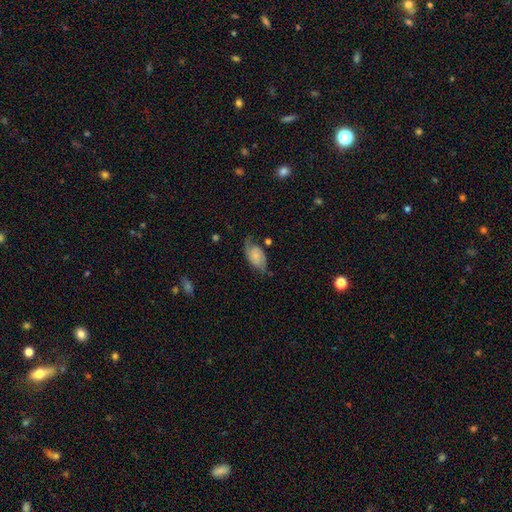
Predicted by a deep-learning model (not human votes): smooth_or_featured: featured or disk (p=0.57) [alt: smooth p=0.35]
disk_edge_on: no (p=0.96) [alt: yes p=0.04]
bar: no (p=0.66) [alt: weak p=0.27]
has_spiral_arms: yes (p=0.90) [alt: no p=0.10]
bulge_size: small (p=0.47) [alt: none p=0.28]
merging: none (p=0.56) [alt: minor disturbance p=0.27]